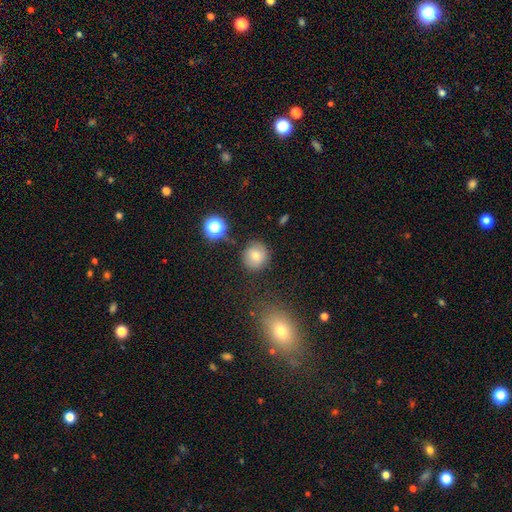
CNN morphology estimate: Smooth or featured: smooth — 77% (star or artifact — 12%)
How rounded: round — 91% (in between — 8%)
Merging: none — 82% (minor disturbance — 10%)